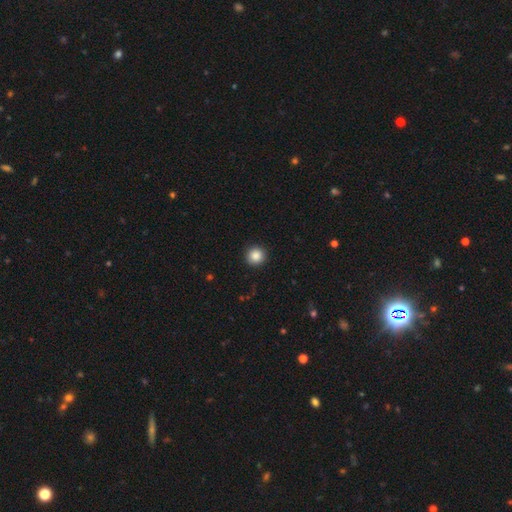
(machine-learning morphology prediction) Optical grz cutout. It shows a smooth galaxy with no disk features (86%) that is round (96%). Merging: none (93%).